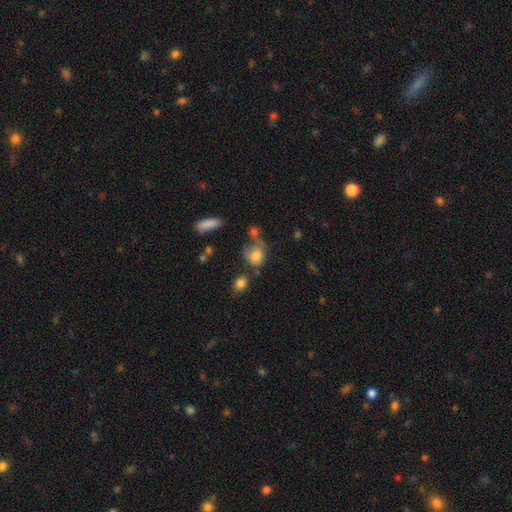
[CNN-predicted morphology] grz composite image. It shows a smooth galaxy with no disk features (77%) that is round (61%). Merging: none (37%).